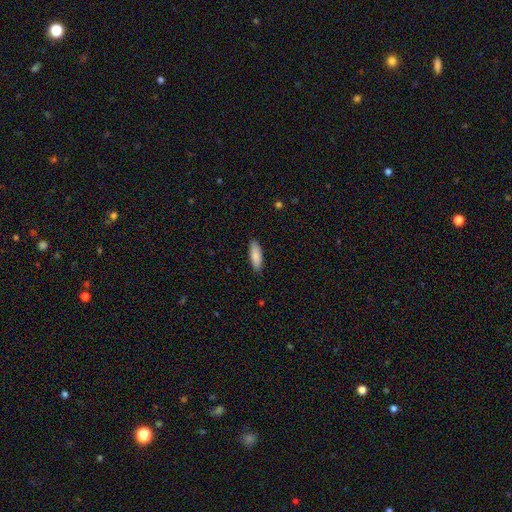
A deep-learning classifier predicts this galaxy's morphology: The model was most divided on "how rounded": in between: 59%, cigar-shaped: 39%, round: 2%. More confident: merging — none (88%); smooth or featured — smooth (87%).